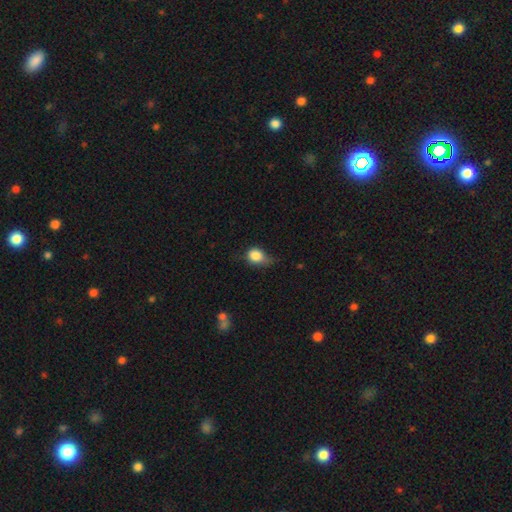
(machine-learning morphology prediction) A smooth galaxy with no disk features (82%) that is round (56%).

Vote fractions:
- Smooth or featured? smooth: 82% / star or artifact: 9% / featured or disk: 8%
- How rounded? round: 56% / in between: 42% / cigar-shaped: 2%
- Merging? minor disturbance: 45% / none: 35% / major disturbance: 18% / merger: 3%